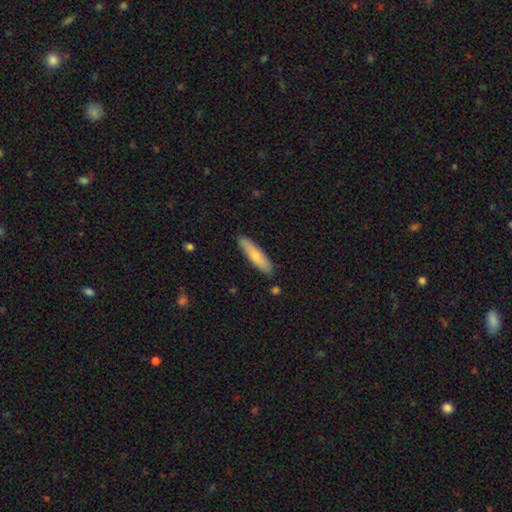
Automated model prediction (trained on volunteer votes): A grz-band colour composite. It shows a smooth galaxy with no disk features (69%) that is cigar-shaped (74%). Merging: none (86%).